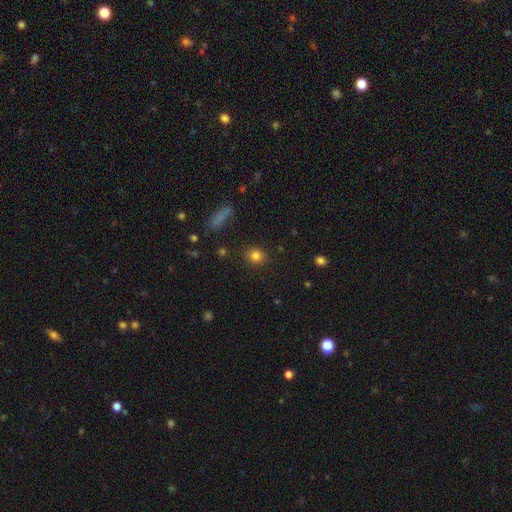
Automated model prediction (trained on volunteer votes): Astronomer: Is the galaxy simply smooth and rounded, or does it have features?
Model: smooth — 83%.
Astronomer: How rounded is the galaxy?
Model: round — 76%.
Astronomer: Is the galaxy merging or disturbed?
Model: none — 87%.